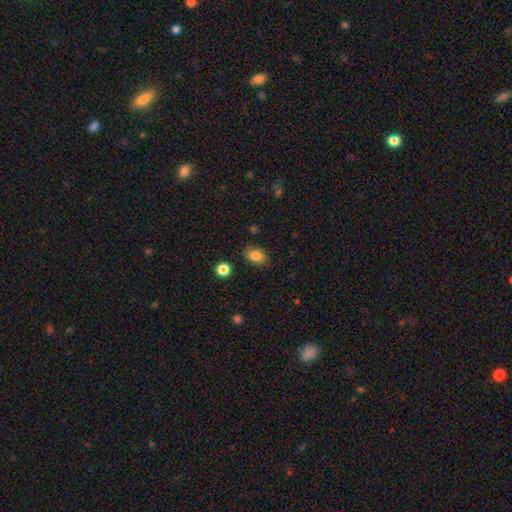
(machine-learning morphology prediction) This is clearly a smooth galaxy (84%). How rounded: likely in between (77%). Merging: clearly none (84%).